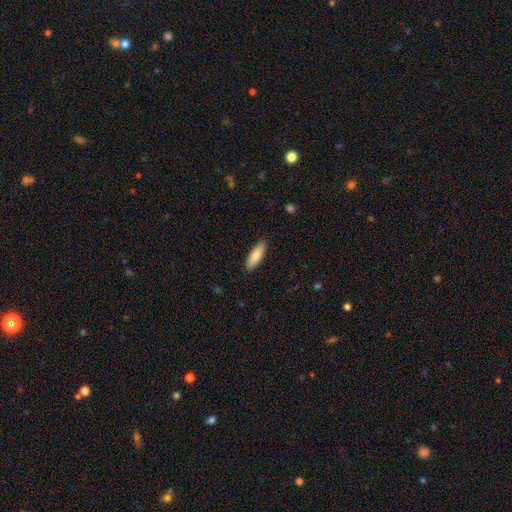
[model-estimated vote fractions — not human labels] Smooth or featured: smooth — 83% (featured or disk — 12%)
How rounded: in between — 53% (cigar-shaped — 45%)
Merging: none — 89% (minor disturbance — 9%)